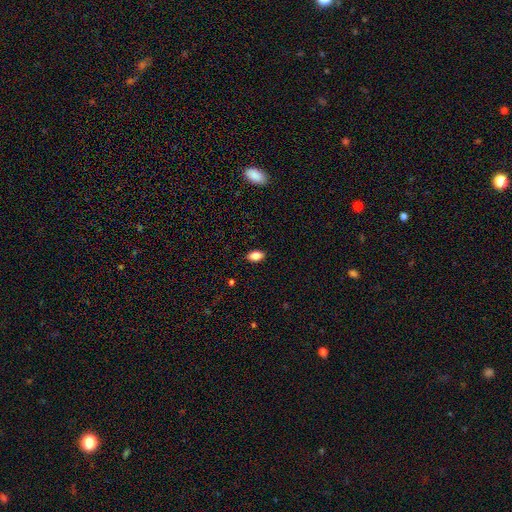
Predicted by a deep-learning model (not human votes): Overall: smooth (85%). How rounded: in between (90%). Merging: none (89%).